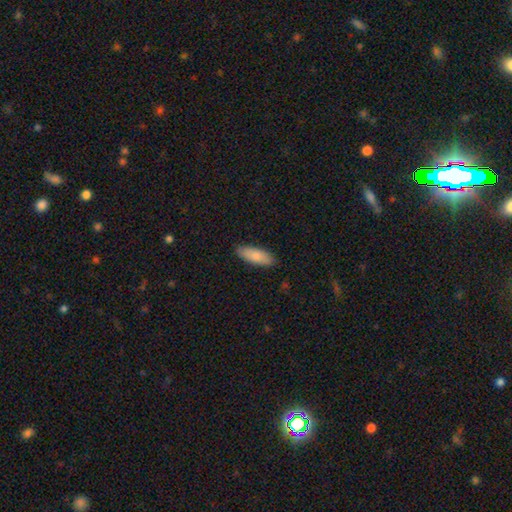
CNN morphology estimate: Q: Smooth or featured?
A: smooth (83%); runner-up: featured or disk (11%)
Q: How rounded?
A: in between (71%); runner-up: cigar-shaped (27%)
Q: Merging?
A: none (88%); runner-up: minor disturbance (10%)